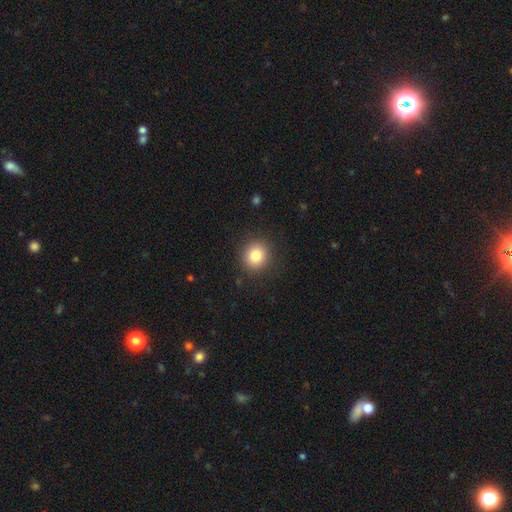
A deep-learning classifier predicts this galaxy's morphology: smooth-or-featured: smooth: 83% | star or artifact: 10% | featured or disk: 7%
  how-rounded: round: 89% | in between: 10% | cigar-shaped: 1%
  merging: none: 90% | minor disturbance: 7% | major disturbance: 2% | merger: 1%